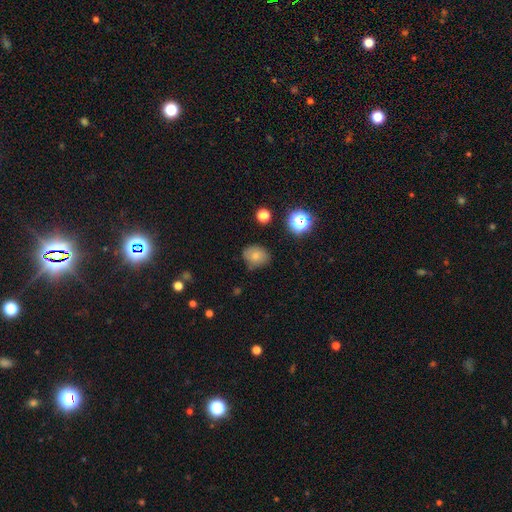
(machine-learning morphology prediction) The model was most divided on "how rounded": round: 50%, in between: 49%, cigar-shaped: 1%. More confident: merging — none (74%); smooth or featured — smooth (72%).